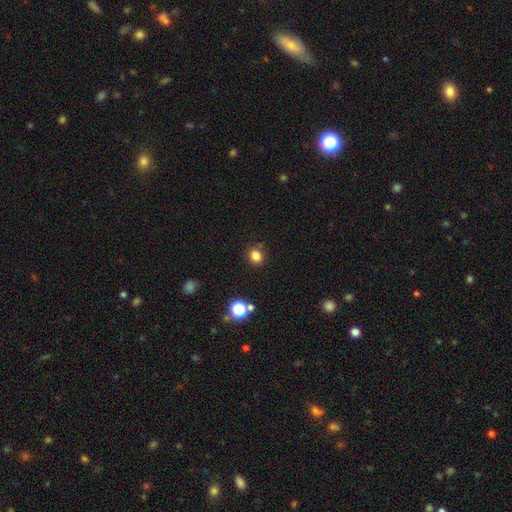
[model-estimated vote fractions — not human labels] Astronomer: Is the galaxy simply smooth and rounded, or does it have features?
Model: smooth — 82%.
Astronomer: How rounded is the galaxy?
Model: round — 72%.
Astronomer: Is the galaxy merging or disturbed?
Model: none — 84%.